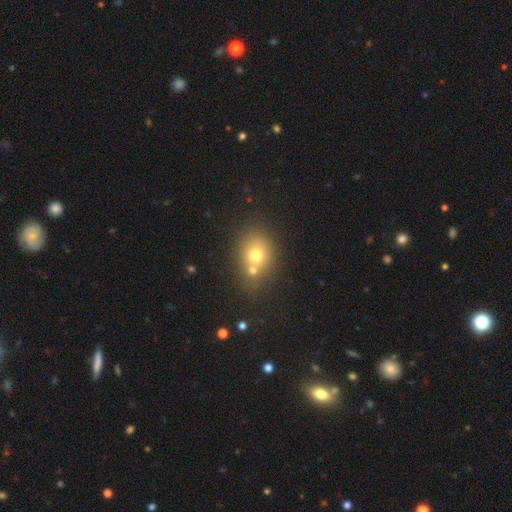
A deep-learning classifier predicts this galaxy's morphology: Smooth or featured? Predicted: smooth (p=0.70). How rounded? Predicted: round (p=0.58). Merging? Predicted: none (p=0.51).